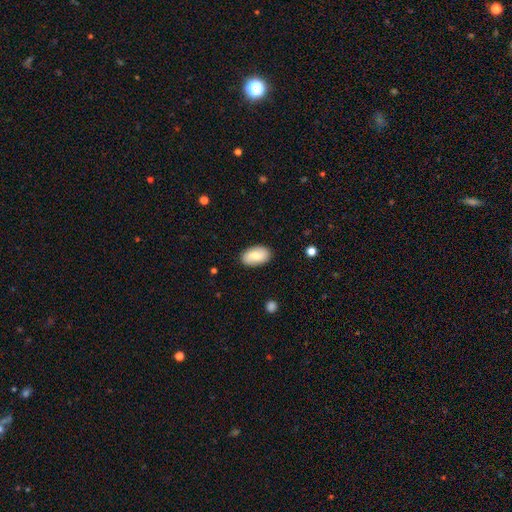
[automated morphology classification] smooth-or-featured: smooth: 76% | featured or disk: 17% | star or artifact: 6%
  how-rounded: in between: 94% | round: 5% | cigar-shaped: 2%
  merging: none: 86% | minor disturbance: 11% | major disturbance: 2% | merger: 1%